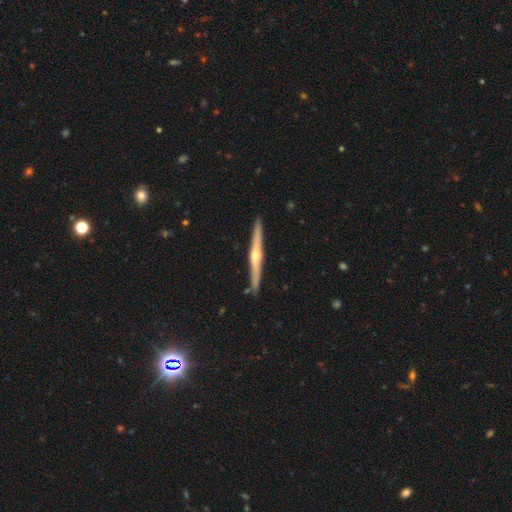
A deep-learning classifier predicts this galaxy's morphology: A featured or disk galaxy (76%) viewed edge-on (98%) with a rounded central bulge (87%).

Vote fractions:
- Smooth or featured? featured or disk: 76% / smooth: 18% / star or artifact: 5%
- Edge-on disk? yes: 98% / no: 2%
- Edge-on bulge? rounded: 87% / none: 10% / boxy: 4%
- Merging? none: 92% / minor disturbance: 6% / merger: 1% / major disturbance: 1%